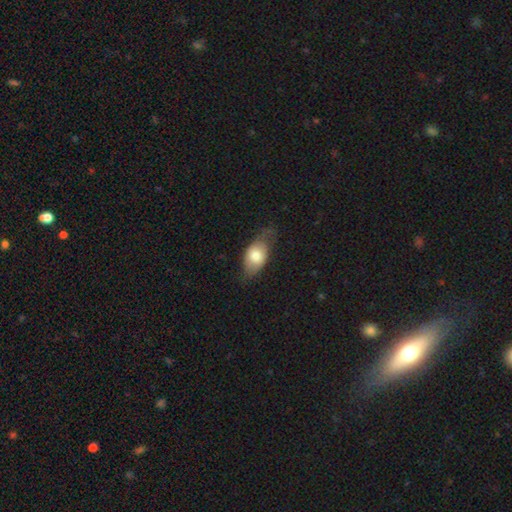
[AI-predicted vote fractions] This appears to be a smooth galaxy with no disk features (71%) that is in between round and cigar-shaped (86%). Merging: none (53%).